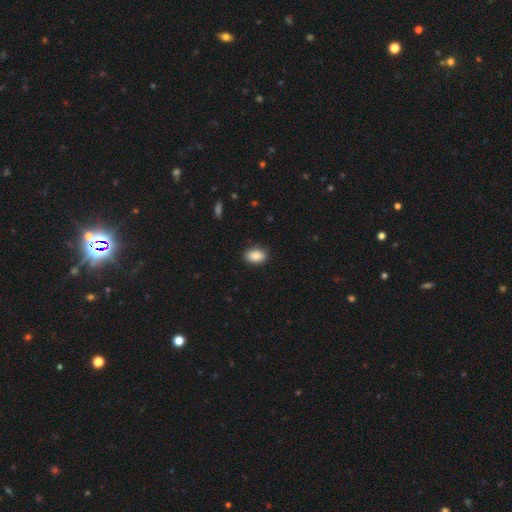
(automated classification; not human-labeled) A smooth galaxy with no disk features (88%) that is in between round and cigar-shaped (79%).

Vote fractions:
- Smooth or featured? smooth: 88% / star or artifact: 8% / featured or disk: 4%
- How rounded? in between: 79% / round: 20% / cigar-shaped: 1%
- Merging? none: 88% / minor disturbance: 9% / major disturbance: 2% / merger: 1%